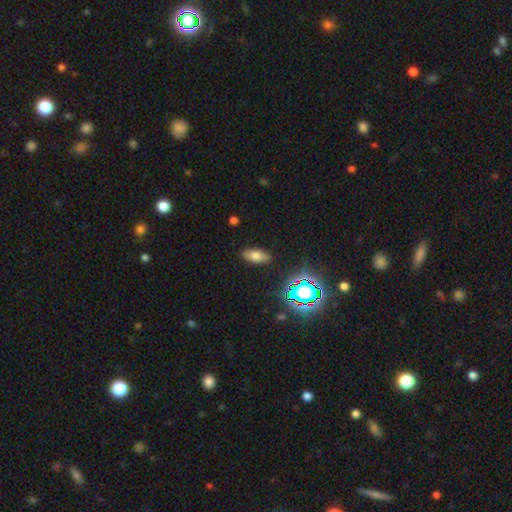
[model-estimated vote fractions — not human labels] Smooth or featured? smooth (68%)
How rounded? in between (86%)
Merging? none (87%)